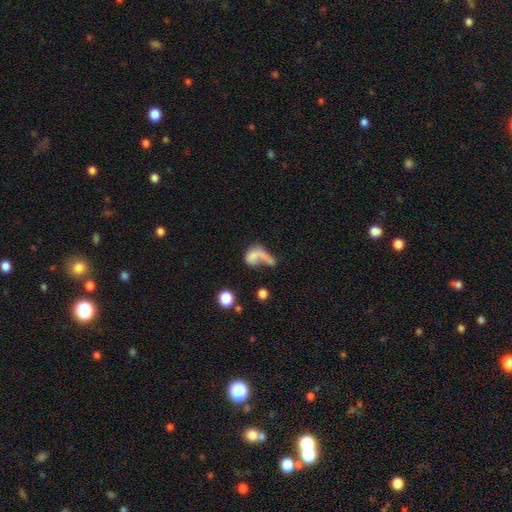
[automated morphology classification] A smooth galaxy with no disk features (58%) that is in between round and cigar-shaped (65%). Merging: merger (34%).